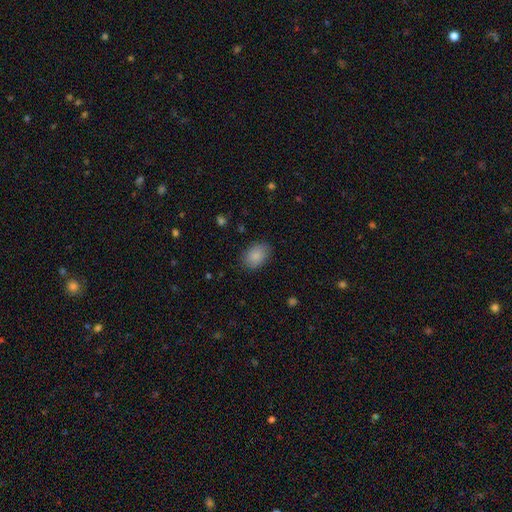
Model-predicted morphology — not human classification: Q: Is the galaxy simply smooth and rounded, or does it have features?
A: smooth — 86%.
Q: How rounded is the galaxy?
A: in between — 76%.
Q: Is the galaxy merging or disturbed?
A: none — 82%.